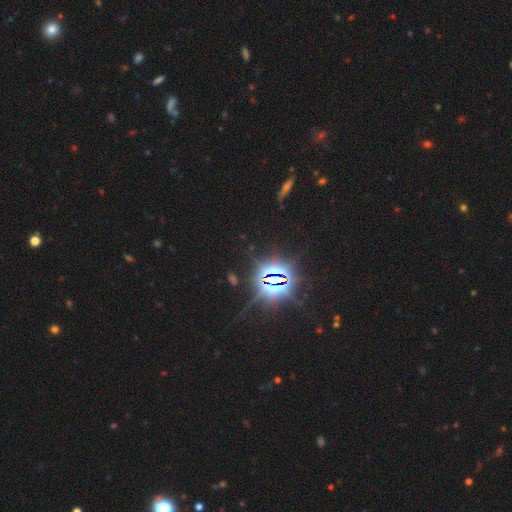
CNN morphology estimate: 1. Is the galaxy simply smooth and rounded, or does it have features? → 84% star or artifact, 9% smooth, 7% featured or disk.